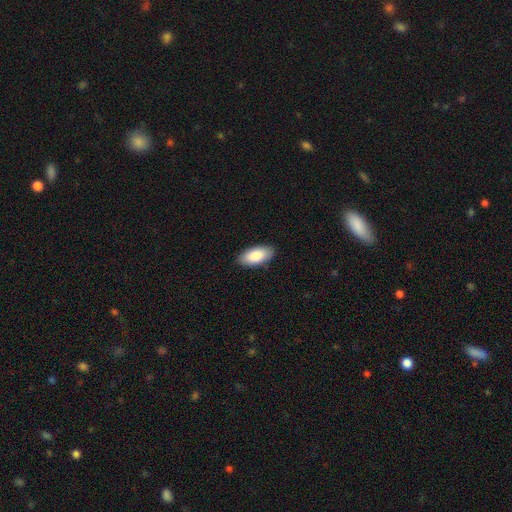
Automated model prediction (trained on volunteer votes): This is clearly a smooth galaxy (88%). How rounded: clearly in between (94%). Merging: clearly none (88%).